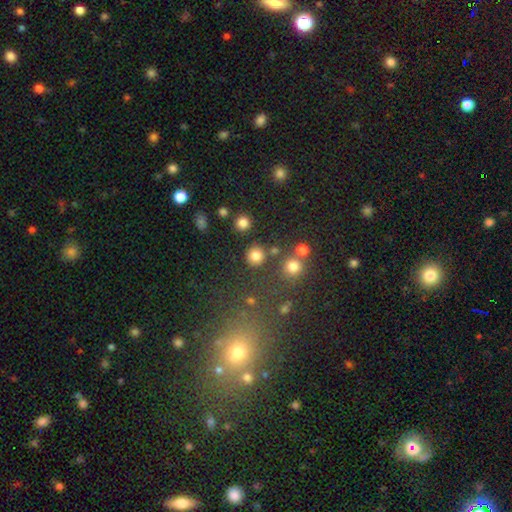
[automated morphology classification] smooth-or-featured: smooth: 81% | star or artifact: 14% | featured or disk: 5%
  how-rounded: round: 92% | in between: 7% | cigar-shaped: 1%
  merging: none: 84% | minor disturbance: 7% | merger: 6% | major disturbance: 3%